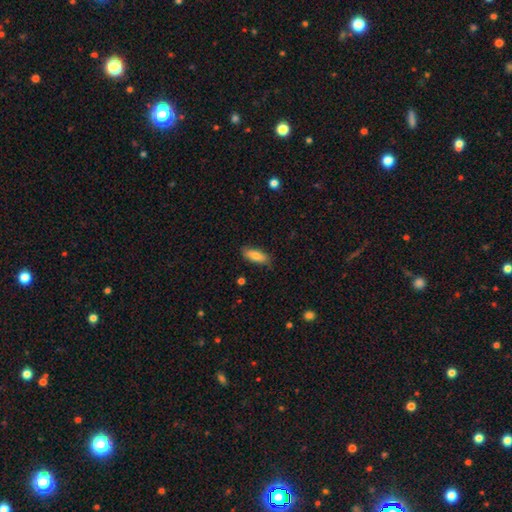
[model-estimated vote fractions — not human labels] smooth 79%, featured or disk 15%, star or artifact 6%. Down the decision tree: how rounded — in between (74%); merging — none (78%).